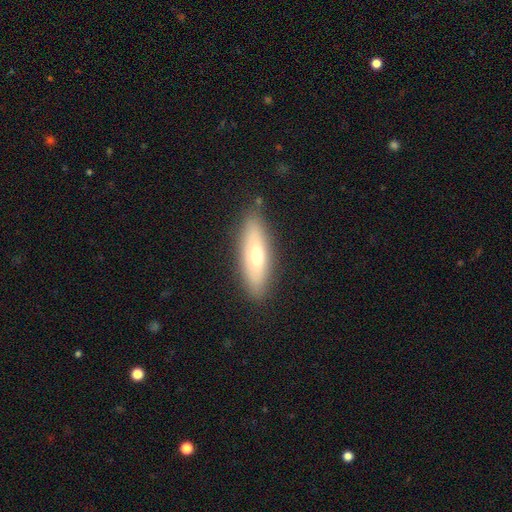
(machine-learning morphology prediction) Smooth or featured? smooth (59%)
How rounded? cigar-shaped (49%)
Merging? none (86%)